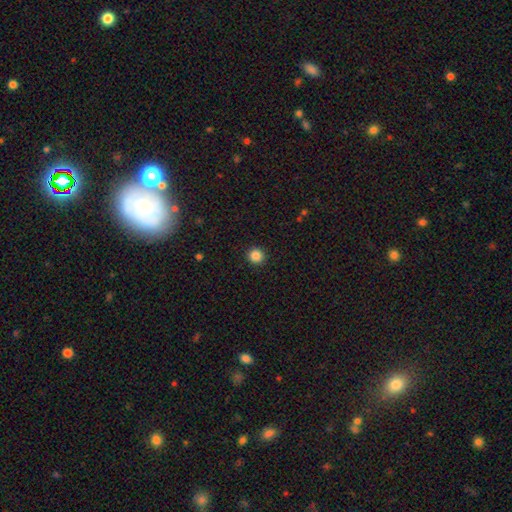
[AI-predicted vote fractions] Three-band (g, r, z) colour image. It shows a smooth galaxy with no disk features (86%) that is round (95%). Merging: none (93%).